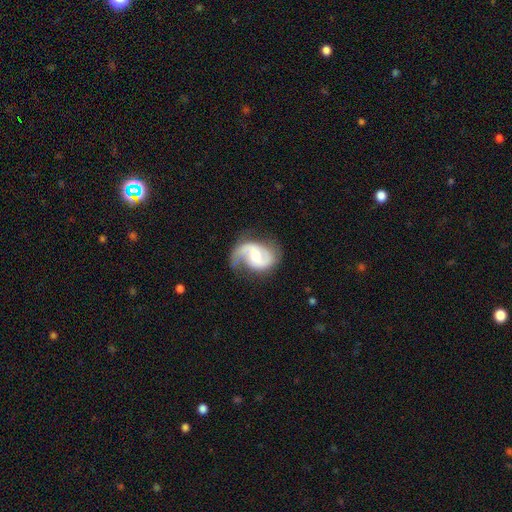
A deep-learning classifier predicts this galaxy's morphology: A featured or disk galaxy (82%) with a weak bar (49%), 2 (78%) medium (46%) spiral arms (95%) and a moderate central bulge (62%). Merging: none (57%).